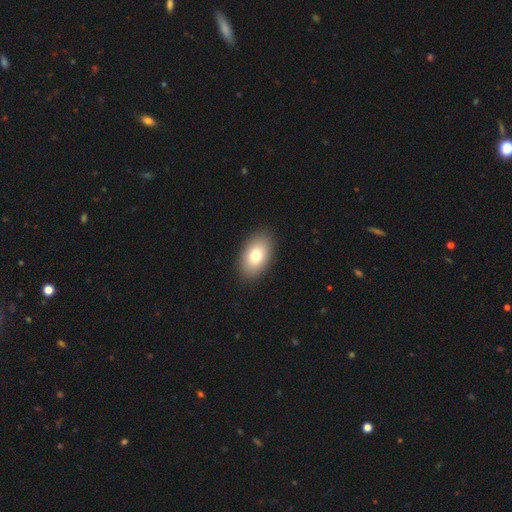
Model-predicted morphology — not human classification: Smooth or featured: smooth — 78% (featured or disk — 14%)
How rounded: in between — 90% (round — 8%)
Merging: none — 89% (minor disturbance — 7%)